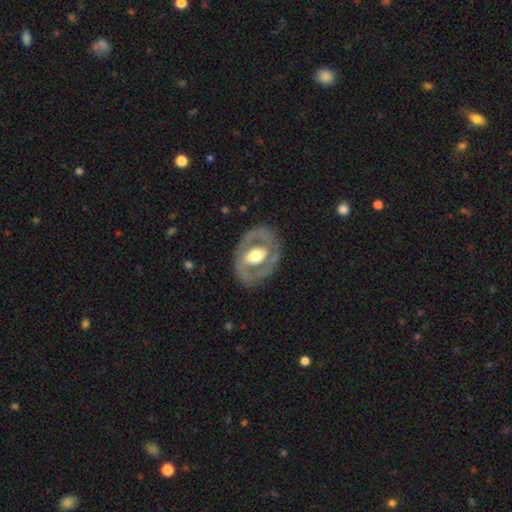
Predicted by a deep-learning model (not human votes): This is likely a featured or disk galaxy (70%). It is clearly not viewed edge-on (94%). Bar: possibly no (52%). Spiral arm pattern: likely no (61%). Central bulge: possibly moderate (57%). Merging: likely none (78%).